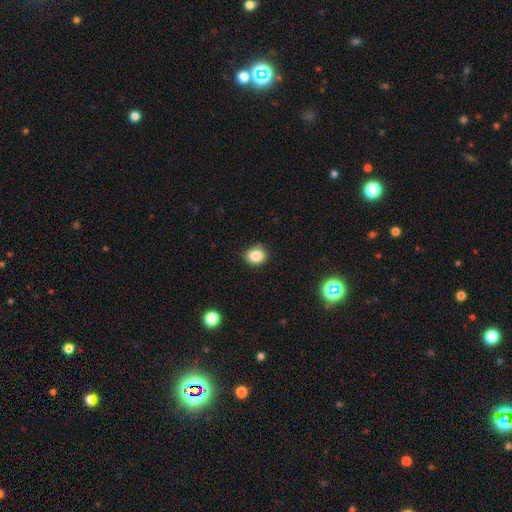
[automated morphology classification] smooth-or-featured: smooth: 84% | star or artifact: 11% | featured or disk: 5%
  how-rounded: round: 57% | in between: 42% | cigar-shaped: 1%
  merging: none: 85% | minor disturbance: 12% | major disturbance: 2% | merger: 1%